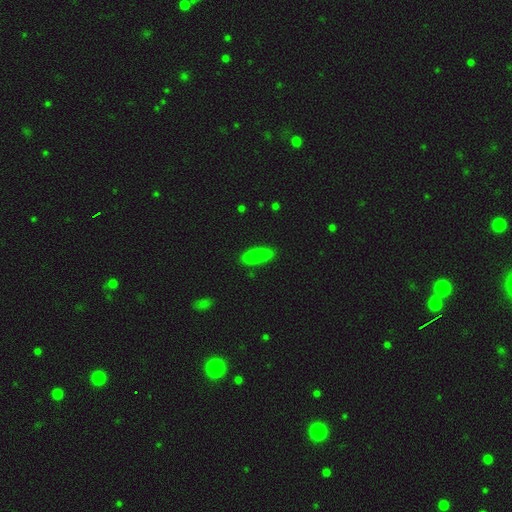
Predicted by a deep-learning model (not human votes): A smooth galaxy with no disk features (85%) that is in between round and cigar-shaped (54%).

Vote fractions:
- Smooth or featured? smooth: 85% / star or artifact: 8% / featured or disk: 6%
- How rounded? in between: 54% / cigar-shaped: 44% / round: 2%
- Merging? none: 74% / minor disturbance: 18% / major disturbance: 5% / merger: 3%